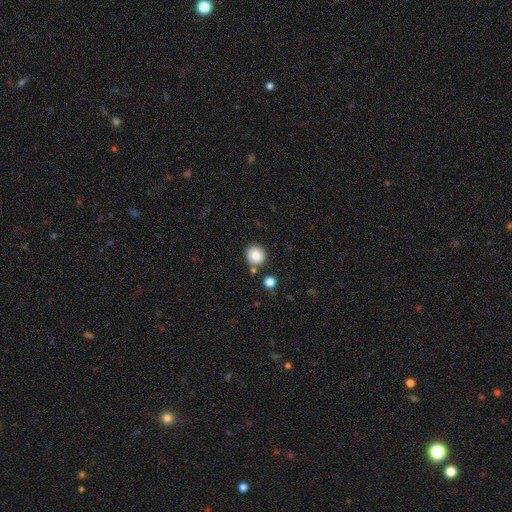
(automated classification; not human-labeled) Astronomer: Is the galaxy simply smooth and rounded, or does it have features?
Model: smooth — 85%.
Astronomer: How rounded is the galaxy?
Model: round — 92%.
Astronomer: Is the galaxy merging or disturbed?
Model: none — 82%.